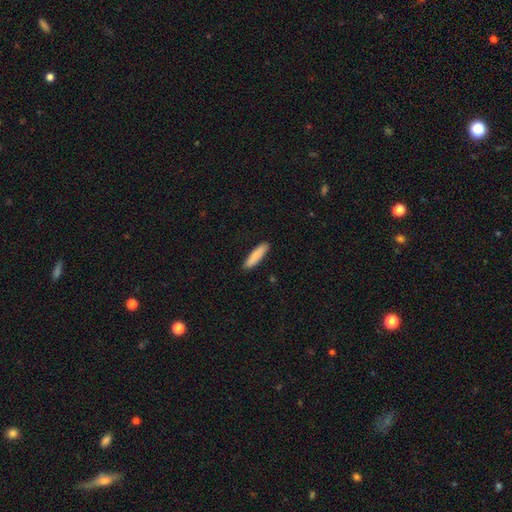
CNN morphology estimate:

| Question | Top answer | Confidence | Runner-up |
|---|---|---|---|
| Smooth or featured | smooth | 86% | featured or disk (9%) |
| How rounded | cigar-shaped | 72% | in between (27%) |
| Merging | none | 89% | minor disturbance (8%) |